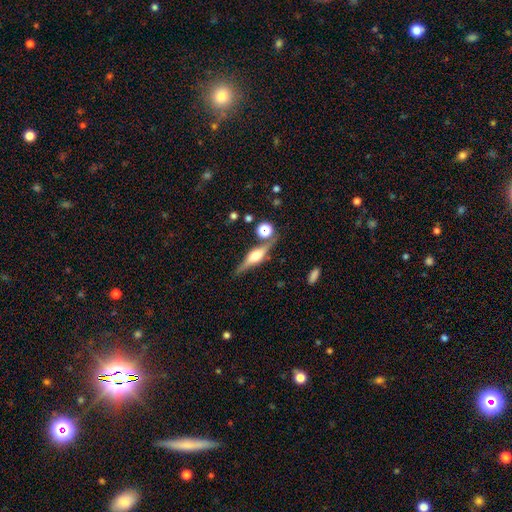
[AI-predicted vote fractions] This is likely a featured or disk galaxy (78%). It is clearly viewed edge-on (97%). Edge-on bulge: clearly rounded (86%). Merging: clearly none (81%).